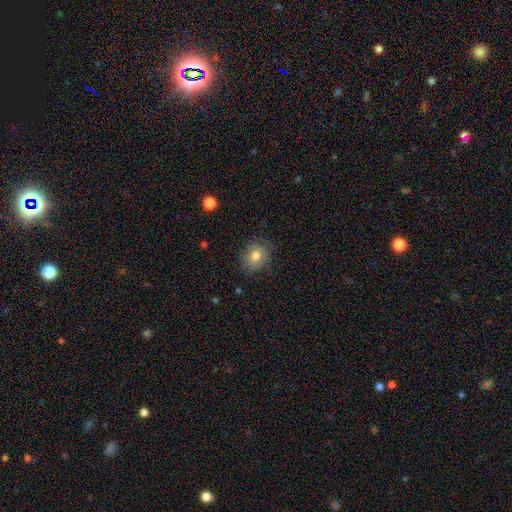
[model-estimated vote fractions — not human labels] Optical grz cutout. It shows a smooth galaxy with no disk features (77%) that is round (64%). Merging: none (80%).